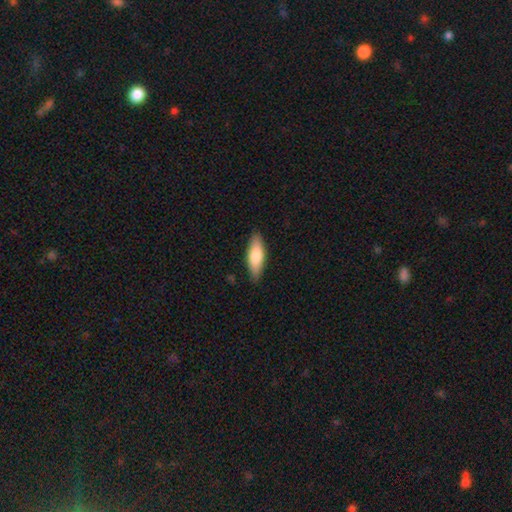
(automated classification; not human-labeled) This appears to be a smooth galaxy with no disk features (77%) that is in between round and cigar-shaped (60%). Merging: none (85%).